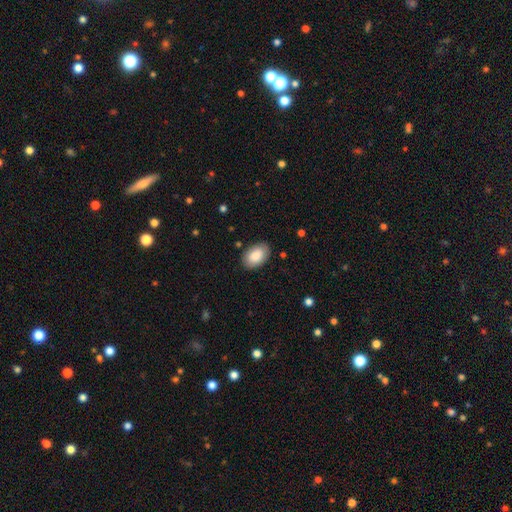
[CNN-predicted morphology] Smooth or featured: smooth — 85% (featured or disk — 9%)
How rounded: in between — 92% (round — 7%)
Merging: none — 86% (minor disturbance — 11%)